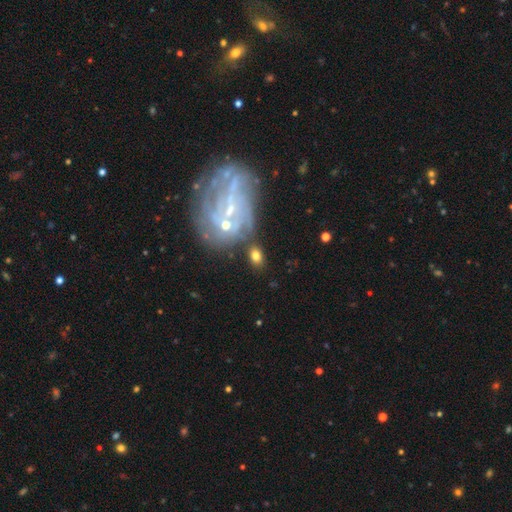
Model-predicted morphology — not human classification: This appears to be a smooth galaxy with no disk features (64%) that is in between round and cigar-shaped (75%). Merging: none (69%).